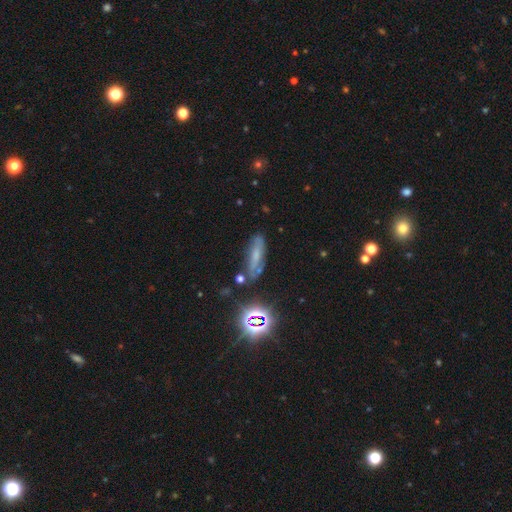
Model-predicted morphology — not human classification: smooth 40%, featured or disk 33%, star or artifact 27%. Down the decision tree: merging — none (65%).